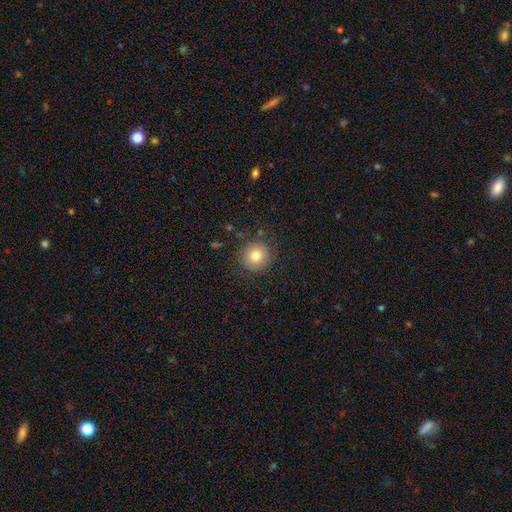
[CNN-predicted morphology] Smooth or featured?
  - smooth: 79% *
  - star or artifact: 11%
  - featured or disk: 10%
How rounded?
  - round: 93% *
  - in between: 6%
  - cigar-shaped: 1%
Merging?
  - none: 86% *
  - minor disturbance: 9%
  - major disturbance: 3%
  - merger: 1%